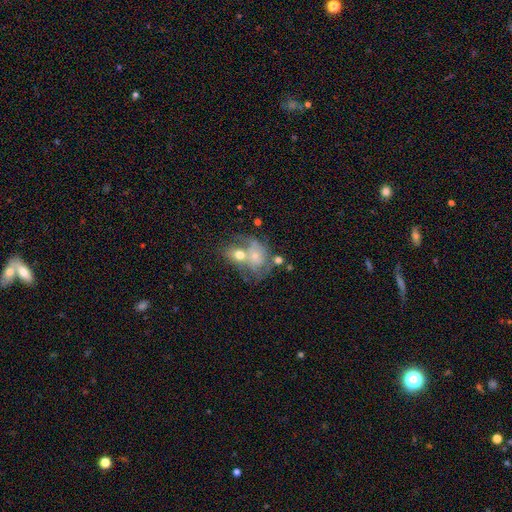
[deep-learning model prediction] Overall: featured or disk (52%; smooth 39%). Edge-on disk: no (97%). Bar: no (79%). Spiral arms: yes (57%; no 43%). Bulge size: small (52%; moderate 37%). Merging: merger (55%; none 20%).